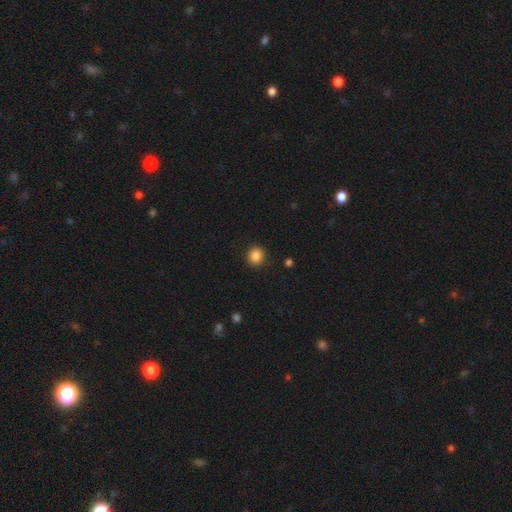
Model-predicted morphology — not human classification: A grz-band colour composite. It shows a smooth galaxy with no disk features (86%) that is round (87%). Merging: none (91%).